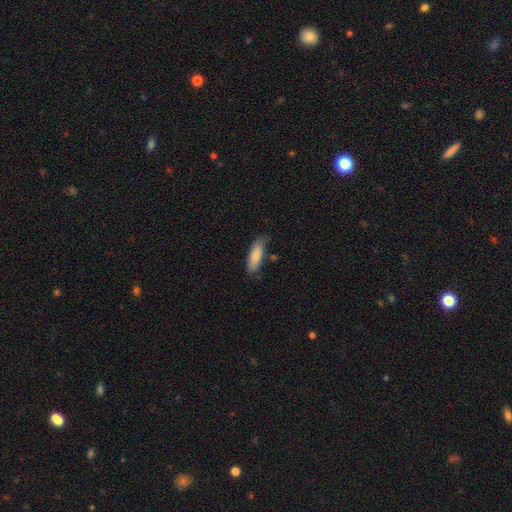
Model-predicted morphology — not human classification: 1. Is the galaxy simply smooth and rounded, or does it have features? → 82% smooth, 12% featured or disk, 6% star or artifact.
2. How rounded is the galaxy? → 52% cigar-shaped, 46% in between, 2% round.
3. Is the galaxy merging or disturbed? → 74% none, 19% minor disturbance, 4% merger, 3% major disturbance.